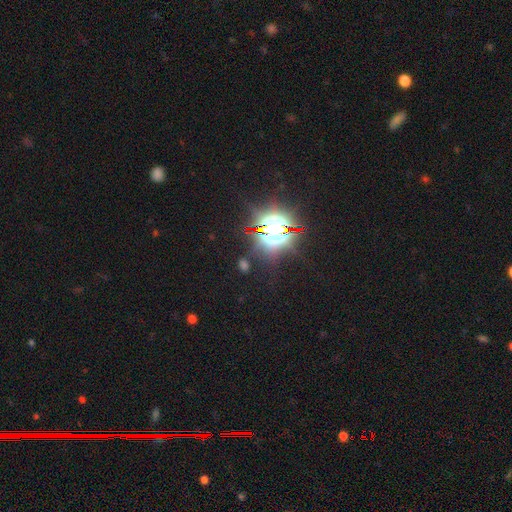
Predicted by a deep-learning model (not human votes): A star or artifact, not a galaxy (86%).

Vote fractions:
- Smooth or featured? star or artifact: 86% / smooth: 9% / featured or disk: 5%